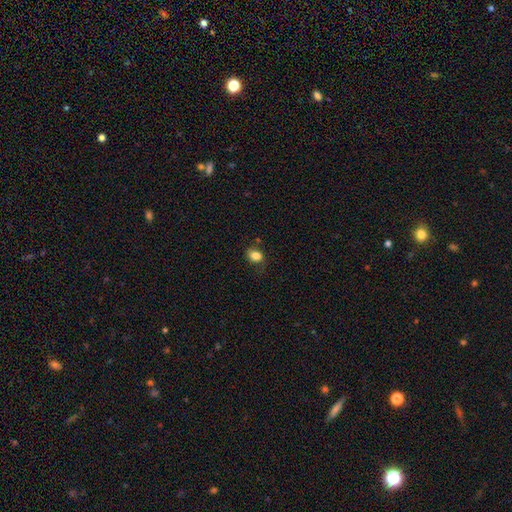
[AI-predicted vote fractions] smooth 83%, star or artifact 10%, featured or disk 6%. Down the decision tree: how rounded — in between (60%); merging — none (69%).